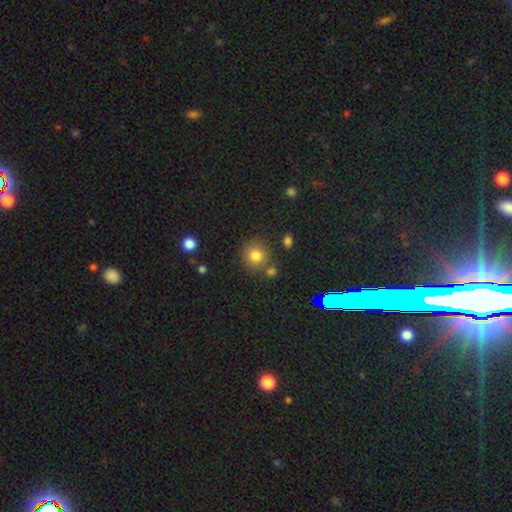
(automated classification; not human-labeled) The model was most divided on "merging": none: 74%, merger: 11%, minor disturbance: 11%, major disturbance: 4%. More confident: how rounded — round (87%); smooth or featured — smooth (80%).